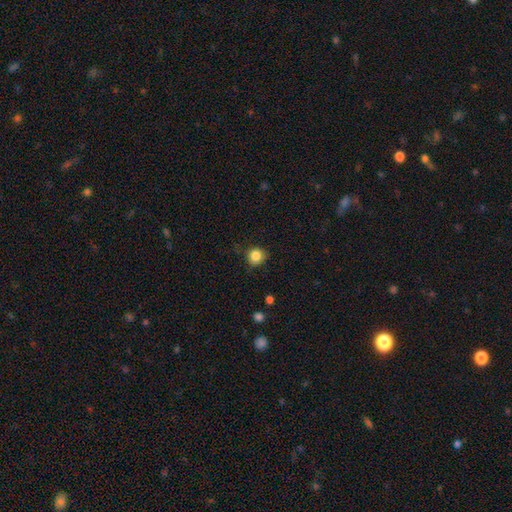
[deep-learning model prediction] smooth 85%, star or artifact 11%, featured or disk 5%. Down the decision tree: how rounded — round (86%); merging — none (77%).